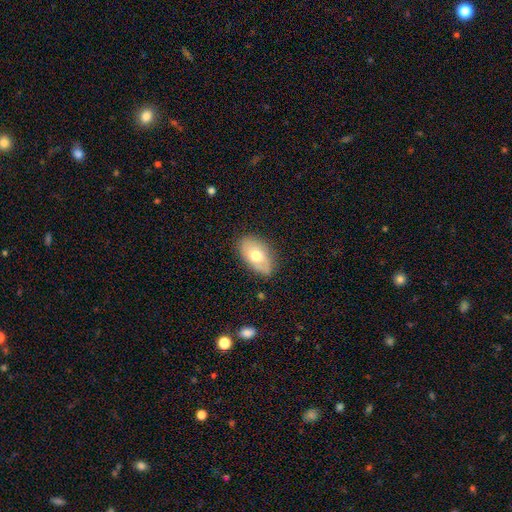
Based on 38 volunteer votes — This appears to be a smooth galaxy with no disk features (61%) that is in between round and cigar-shaped (96%). Merging: none (59%).